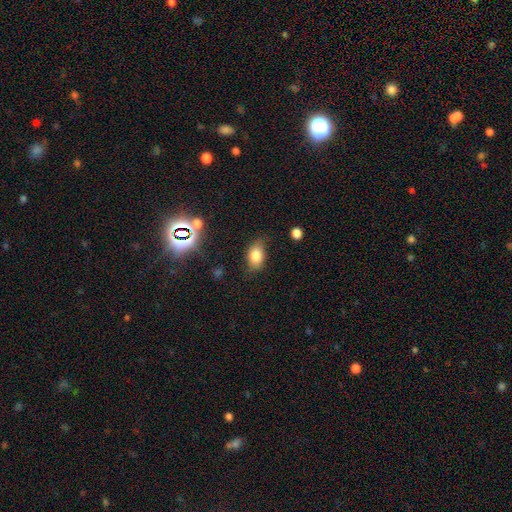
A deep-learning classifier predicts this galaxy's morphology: Overall: smooth (78%). How rounded: in between (84%). Merging: none (75%).